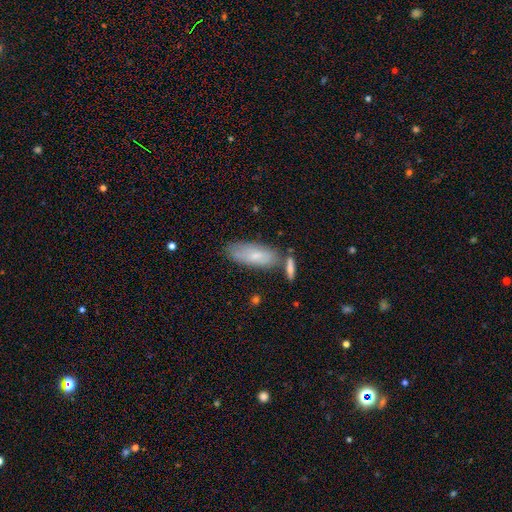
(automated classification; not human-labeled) A smooth galaxy with no disk features (68%) that is in between round and cigar-shaped (72%).

Vote fractions:
- Smooth or featured? smooth: 68% / featured or disk: 25% / star or artifact: 7%
- How rounded? in between: 72% / cigar-shaped: 26% / round: 2%
- Merging? none: 63% / minor disturbance: 19% / merger: 13% / major disturbance: 4%